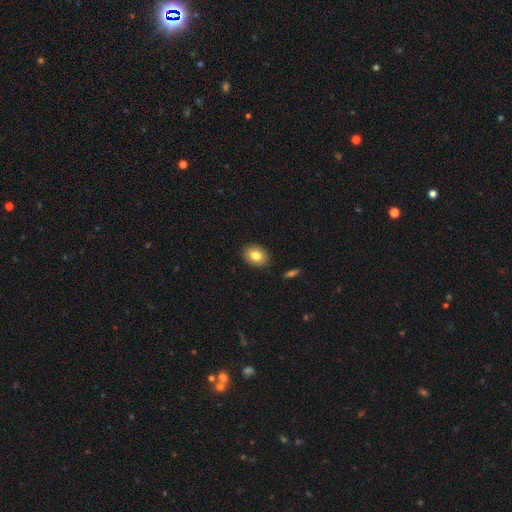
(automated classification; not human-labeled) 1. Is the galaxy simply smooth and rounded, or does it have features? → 81% smooth, 11% featured or disk, 8% star or artifact.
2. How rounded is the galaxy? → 72% in between, 27% round, 1% cigar-shaped.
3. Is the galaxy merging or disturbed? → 89% none, 8% minor disturbance, 2% major disturbance, 1% merger.